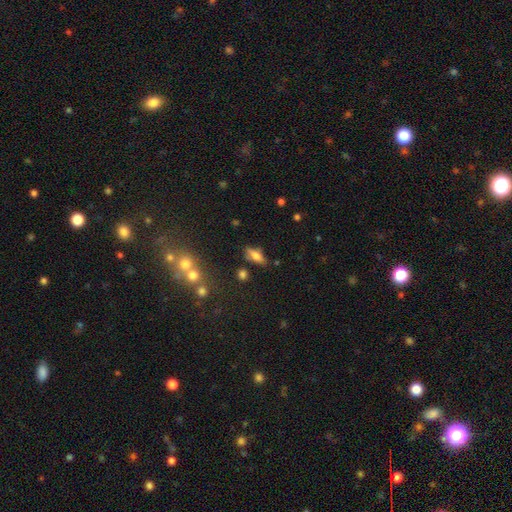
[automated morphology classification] type=smooth (58%); roundness=in between (66%); merging=none (74%).